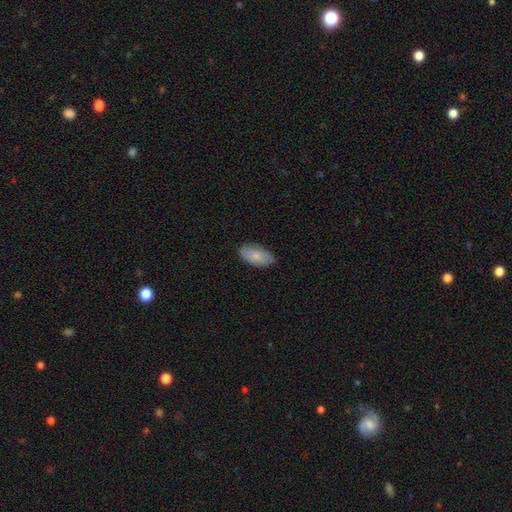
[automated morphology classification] Overall: smooth (81%). How rounded: in between (93%). Merging: none (81%).